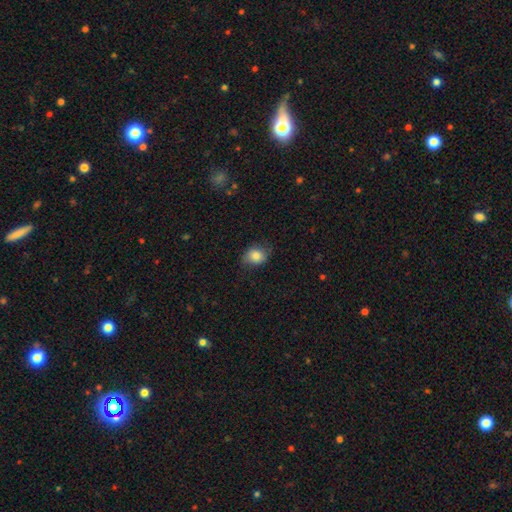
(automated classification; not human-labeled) The model was most divided on "how rounded": round: 52%, in between: 47%, cigar-shaped: 1%. More confident: smooth or featured — smooth (82%); merging — none (70%).